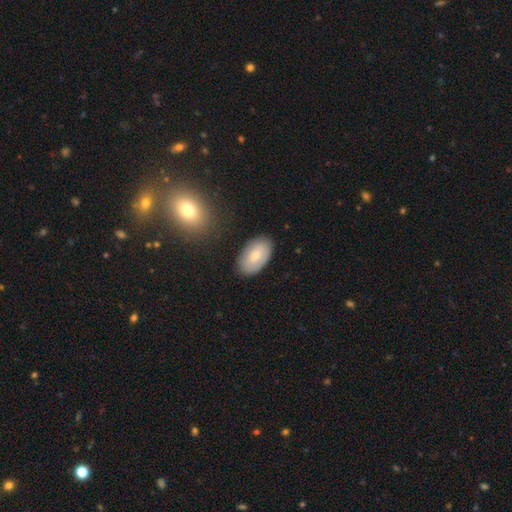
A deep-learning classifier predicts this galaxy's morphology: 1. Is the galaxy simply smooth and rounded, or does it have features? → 71% smooth, 23% featured or disk, 6% star or artifact.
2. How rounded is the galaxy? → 94% in between, 4% round, 1% cigar-shaped.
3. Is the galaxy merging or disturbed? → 83% none, 13% minor disturbance, 3% major disturbance, 2% merger.